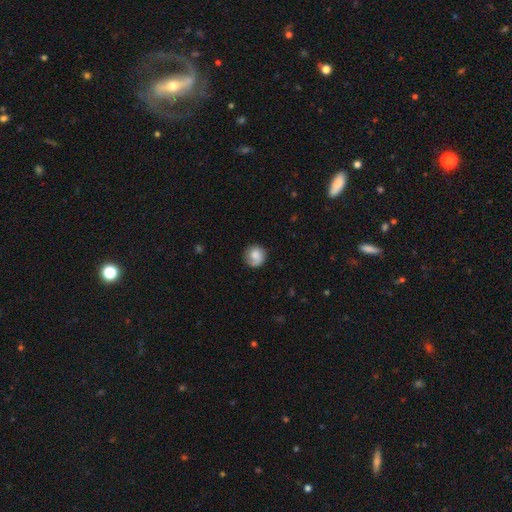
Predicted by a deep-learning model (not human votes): Smooth or featured? smooth (80%)
How rounded? round (91%)
Merging? none (75%)